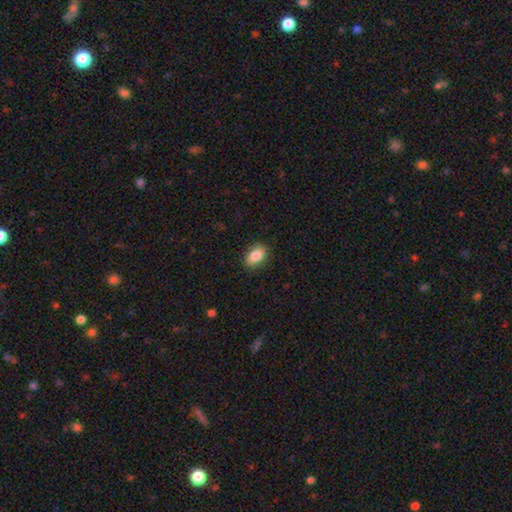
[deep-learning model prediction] Smooth or featured? smooth (85%)
How rounded? in between (90%)
Merging? none (88%)